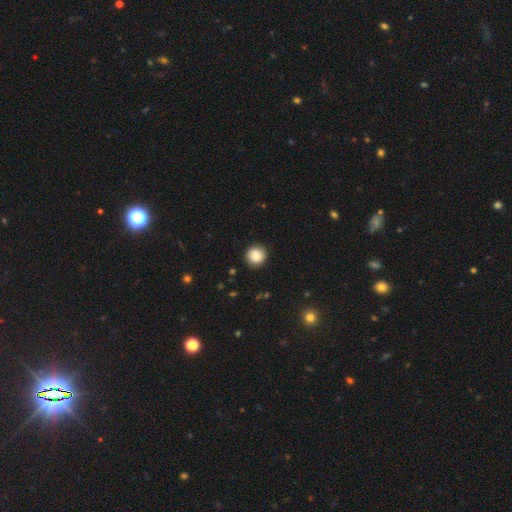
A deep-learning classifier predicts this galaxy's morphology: Overall: smooth (86%). How rounded: round (93%). Merging: none (90%).